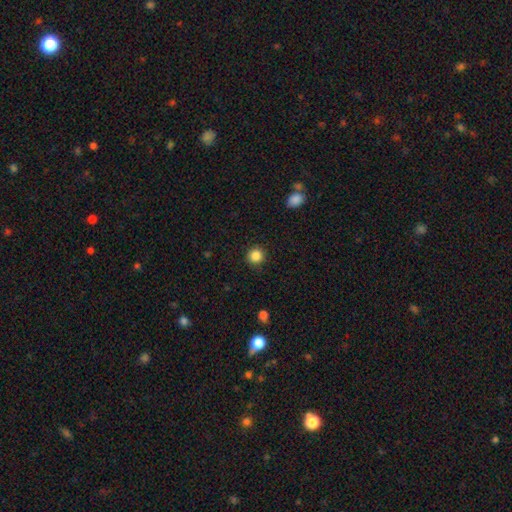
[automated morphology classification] A smooth galaxy with no disk features (86%) that is round (94%).

Vote fractions:
- Smooth or featured? smooth: 86% / star or artifact: 10% / featured or disk: 4%
- How rounded? round: 94% / in between: 5% / cigar-shaped: 1%
- Merging? none: 91% / minor disturbance: 6% / major disturbance: 2% / merger: 1%